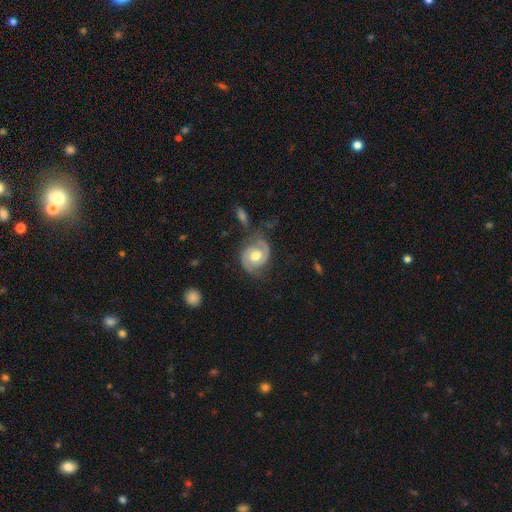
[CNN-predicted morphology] Overall: featured or disk (82%). Edge-on disk: no (98%). Bar: no (59%; weak 34%). Spiral arms: yes (94%). Spiral arm count: 2 (88%). Spiral winding: tight (47%; medium 41%). Bulge size: moderate (75%). Merging: none (62%).